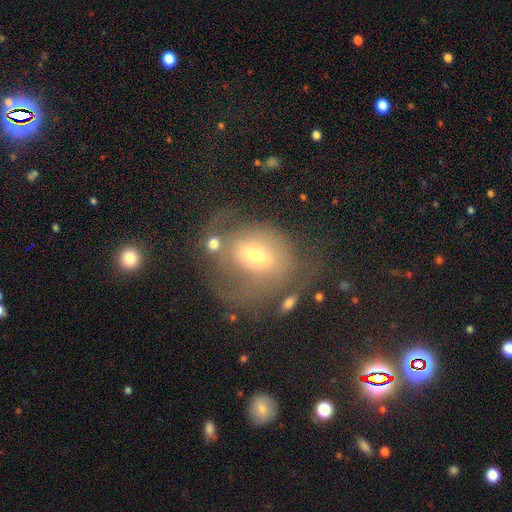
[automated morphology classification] A featured or disk galaxy (46%). Merging: none (48%).